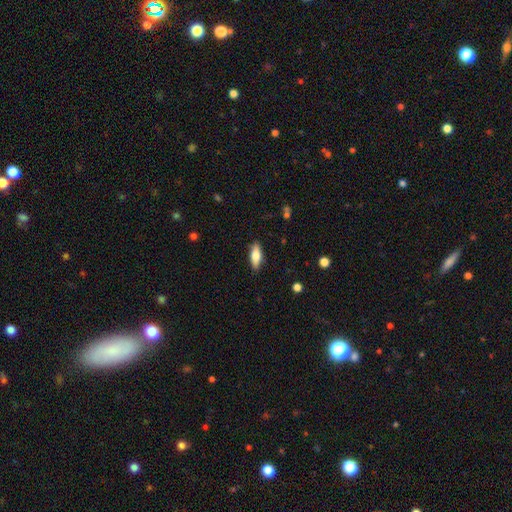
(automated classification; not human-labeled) The model was most divided on "how rounded": in between: 65%, cigar-shaped: 33%, round: 3%. More confident: merging — none (86%); smooth or featured — smooth (67%).